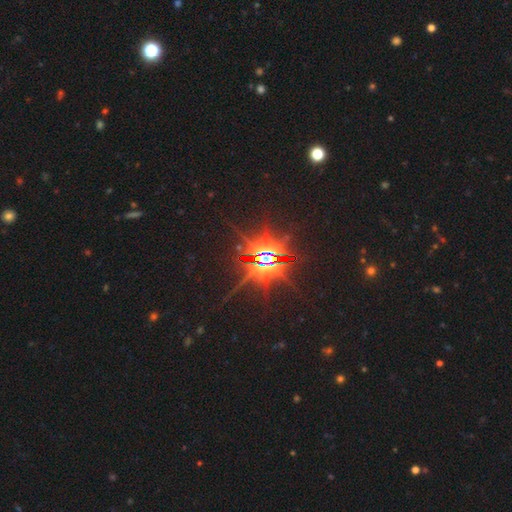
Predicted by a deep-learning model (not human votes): This appears to be a star or artifact, not a galaxy (84%).